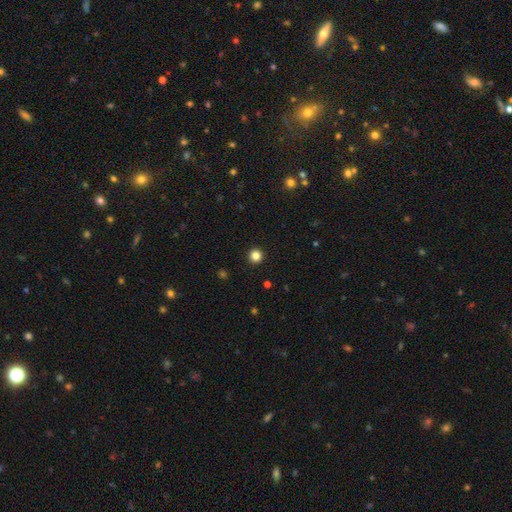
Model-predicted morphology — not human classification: type=smooth (84%); roundness=round (96%); merging=none (94%).